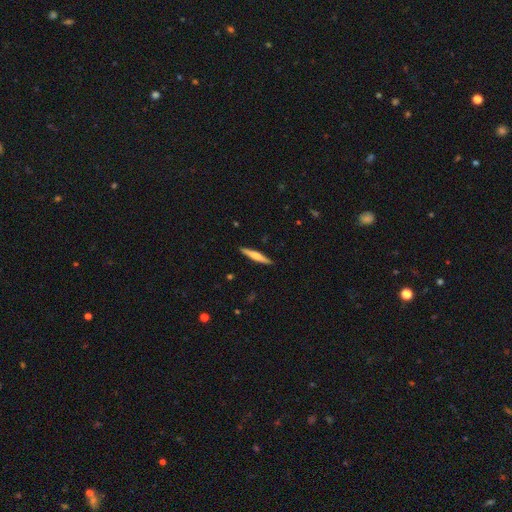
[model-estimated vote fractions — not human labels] Smooth or featured? smooth (48%)
Merging? none (91%)